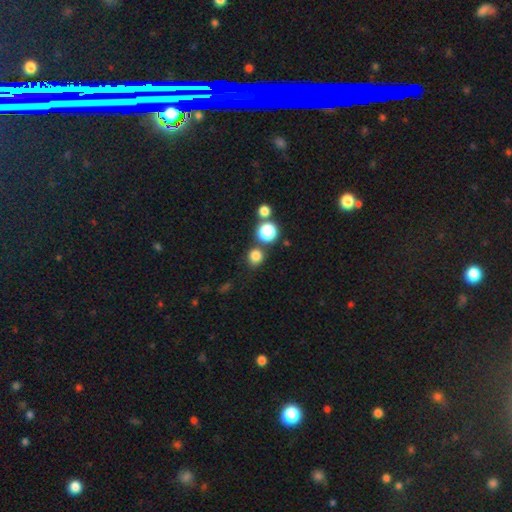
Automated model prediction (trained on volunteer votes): Smooth or featured? smooth (79%)
How rounded? round (86%)
Merging? none (73%)